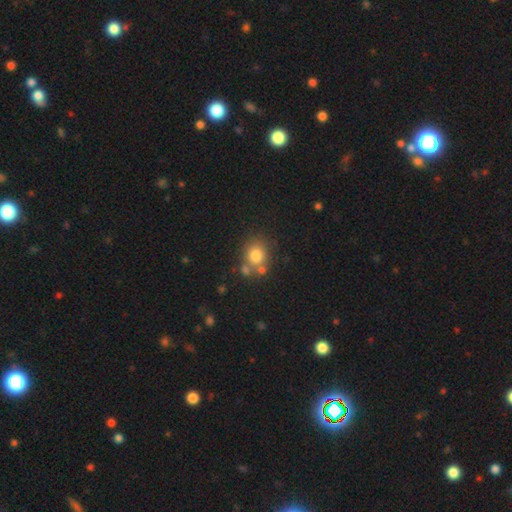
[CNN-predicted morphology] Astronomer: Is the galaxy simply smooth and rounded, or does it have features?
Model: smooth — 78%.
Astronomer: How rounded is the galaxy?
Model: round — 75%.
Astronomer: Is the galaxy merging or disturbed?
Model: none — 63%.